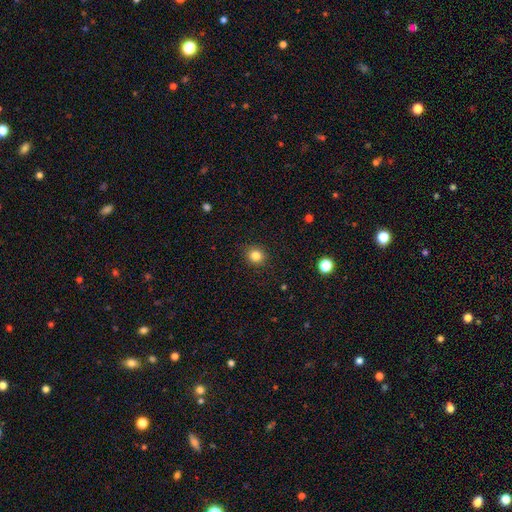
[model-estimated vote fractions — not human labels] smooth-or-featured: smooth: 83% | star or artifact: 12% | featured or disk: 5%
  how-rounded: round: 85% | in between: 14% | cigar-shaped: 1%
  merging: none: 89% | minor disturbance: 7% | major disturbance: 2% | merger: 1%